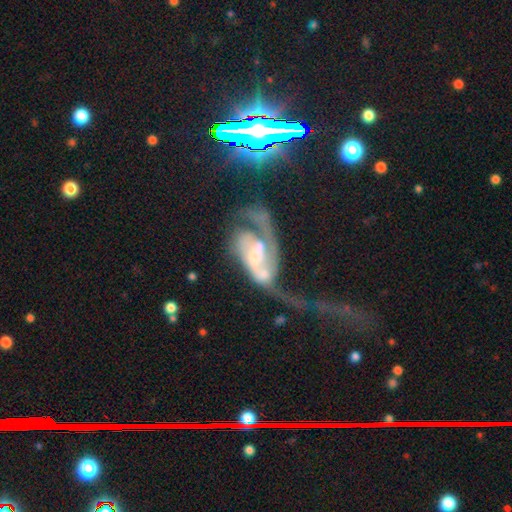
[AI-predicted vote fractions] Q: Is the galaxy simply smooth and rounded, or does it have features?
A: featured or disk — 79%.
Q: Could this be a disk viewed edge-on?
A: no — 96%.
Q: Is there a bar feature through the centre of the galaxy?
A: no — 55%.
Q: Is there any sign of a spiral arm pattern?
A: yes — 84%.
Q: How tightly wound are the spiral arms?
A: loose — 45%.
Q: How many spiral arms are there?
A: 2 — 52%.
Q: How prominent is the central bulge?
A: moderate — 48%.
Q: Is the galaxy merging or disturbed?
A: major disturbance — 41%.